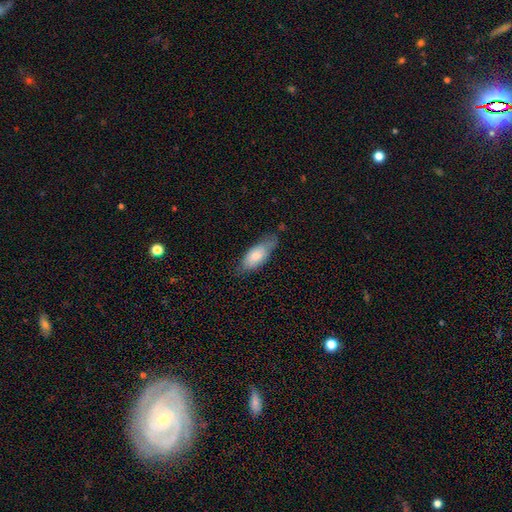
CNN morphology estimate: A smooth galaxy with no disk features (77%) that is in between round and cigar-shaped (81%). Merging: none (56%).